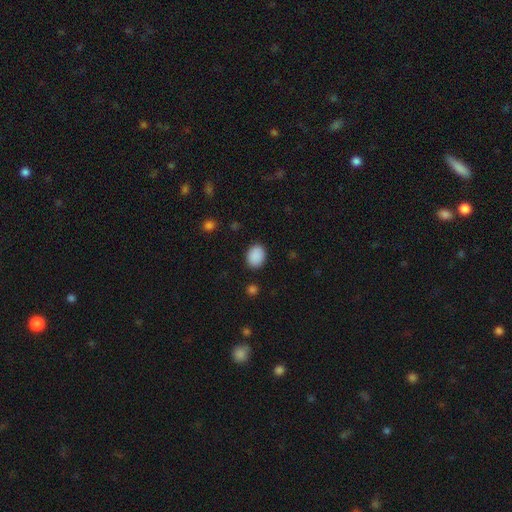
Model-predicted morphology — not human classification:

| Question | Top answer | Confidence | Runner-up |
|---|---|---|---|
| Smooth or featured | smooth | 90% | star or artifact (8%) |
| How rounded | in between | 61% | round (38%) |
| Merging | none | 88% | minor disturbance (8%) |